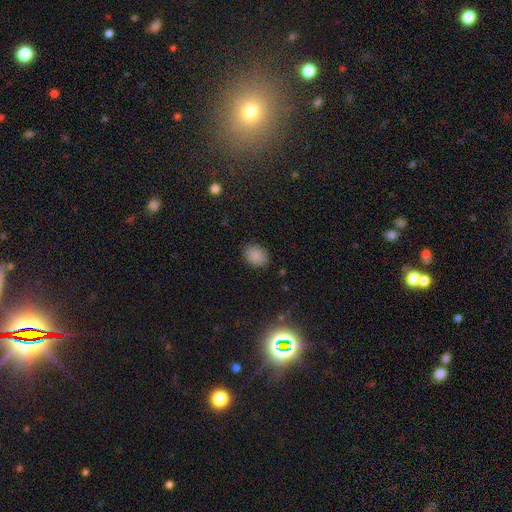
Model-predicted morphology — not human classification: Overall: smooth (85%). How rounded: in between (64%; round 35%). Merging: none (86%).